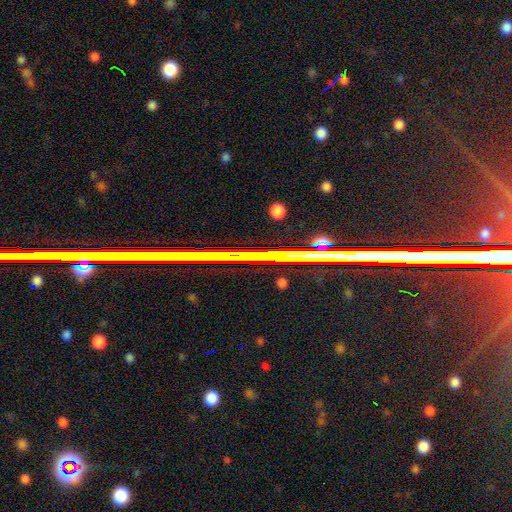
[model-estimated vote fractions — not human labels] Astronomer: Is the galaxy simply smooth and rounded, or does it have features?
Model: star or artifact — 70%.